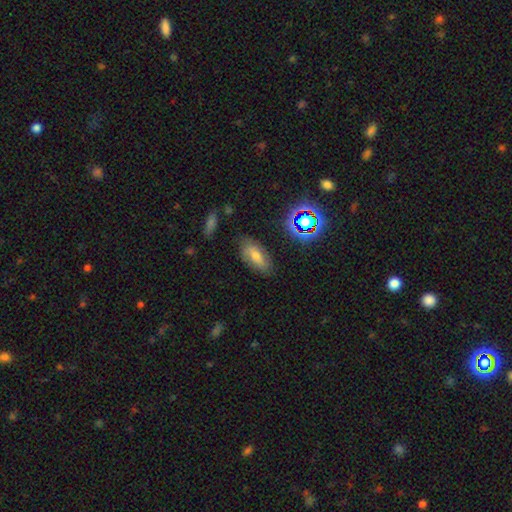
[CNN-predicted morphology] smooth-or-featured: smooth: 61% | featured or disk: 22% | star or artifact: 17%
  how-rounded: in between: 83% | cigar-shaped: 12% | round: 5%
  merging: none: 78% | minor disturbance: 15% | major disturbance: 4% | merger: 2%